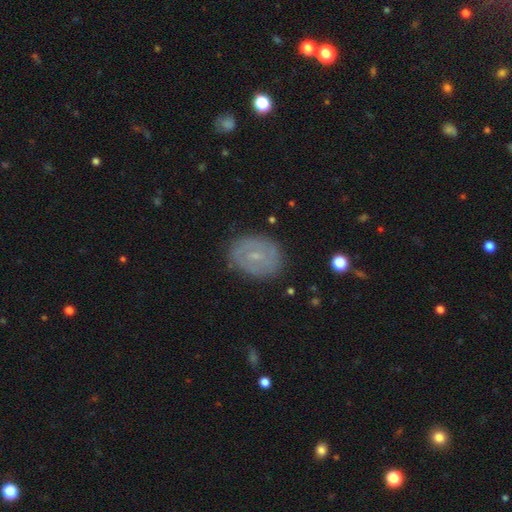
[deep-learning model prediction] Morphology: type=featured or disk (55%); edge-on=no (95%); bar=no (54%); spiral arms=yes (62%); bulge=small (72%); merging=none (83%).